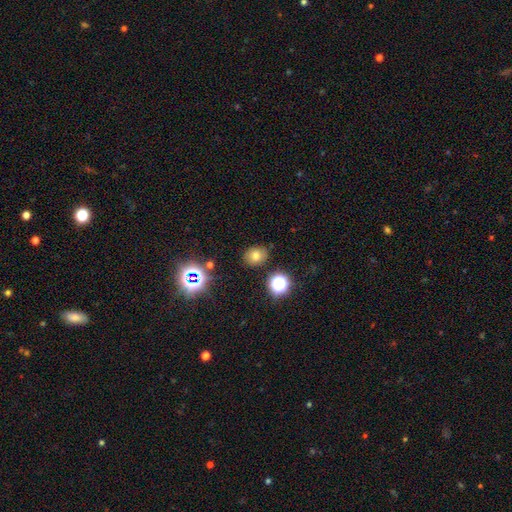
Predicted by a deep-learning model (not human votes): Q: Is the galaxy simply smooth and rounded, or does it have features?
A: smooth — 70%.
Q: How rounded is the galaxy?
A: round — 58%.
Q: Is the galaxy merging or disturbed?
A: none — 84%.